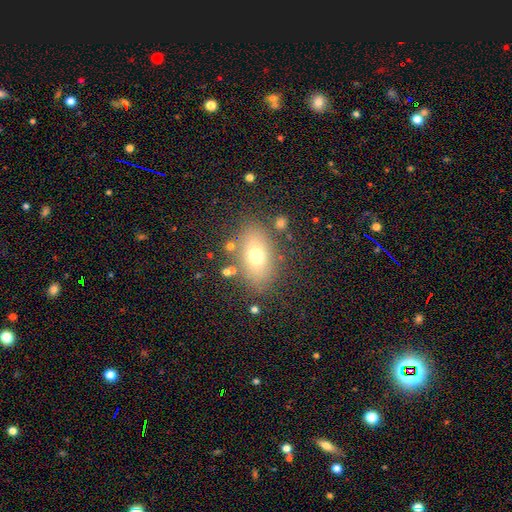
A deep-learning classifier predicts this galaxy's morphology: smooth-or-featured: smooth: 69% | featured or disk: 19% | star or artifact: 12%
  how-rounded: in between: 83% | round: 13% | cigar-shaped: 4%
  merging: none: 79% | minor disturbance: 12% | major disturbance: 5% | merger: 4%